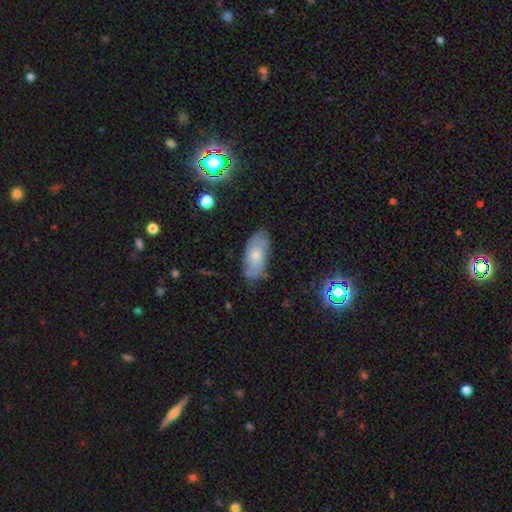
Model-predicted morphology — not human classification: smooth-or-featured: smooth: 55% | featured or disk: 36% | star or artifact: 8%
  how-rounded: in between: 89% | cigar-shaped: 8% | round: 3%
  merging: none: 72% | minor disturbance: 21% | major disturbance: 5% | merger: 2%